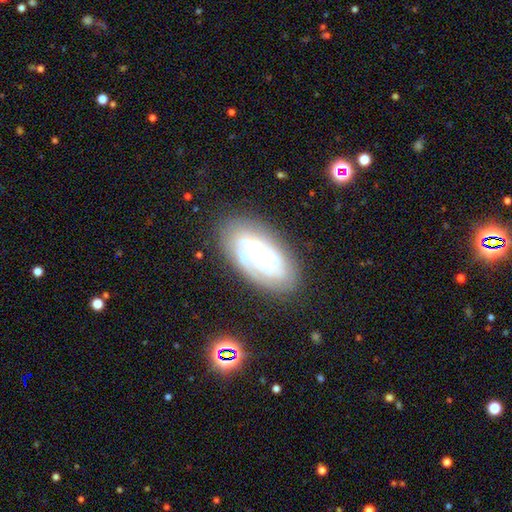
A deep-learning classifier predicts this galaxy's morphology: Smooth or featured?
  - featured or disk: 78% *
  - smooth: 14%
  - star or artifact: 8%
Edge-on disk?
  - no: 94% *
  - yes: 6%
Bar?
  - no: 68% *
  - weak: 25%
  - strong: 7%
Spiral arms?
  - yes: 93% *
  - no: 7%
Spiral winding?
  - tight: 70% *
  - medium: 25%
  - loose: 5%
Spiral arm count?
  - can't tell: 32% *
  - 2: 31%
  - 3: 21%
  - 4: 7%
  - 1: 5%
  - more than 4: 4%
Bulge size?
  - small: 65% *
  - moderate: 26%
  - none: 5%
  - large: 3%
  - dominant: 1%
Merging?
  - none: 77% *
  - minor disturbance: 16%
  - major disturbance: 5%
  - merger: 2%